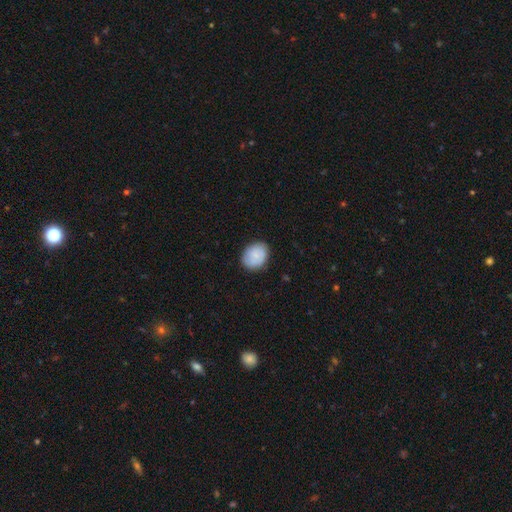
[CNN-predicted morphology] smooth 75%, featured or disk 18%, star or artifact 7%. Down the decision tree: how rounded — in between (51%); merging — none (81%).